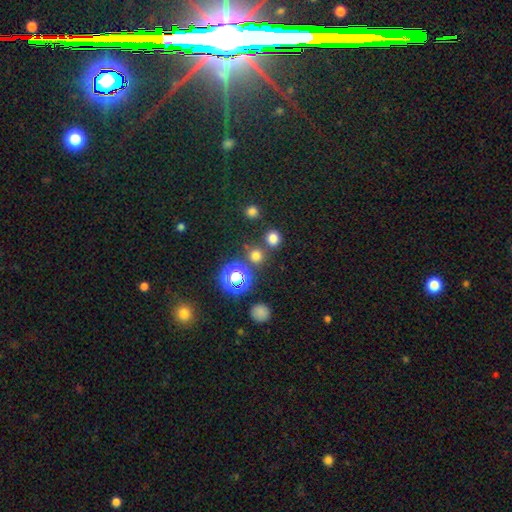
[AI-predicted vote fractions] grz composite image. It shows a smooth galaxy with no disk features (66%) that is round (92%). Merging: none (79%).